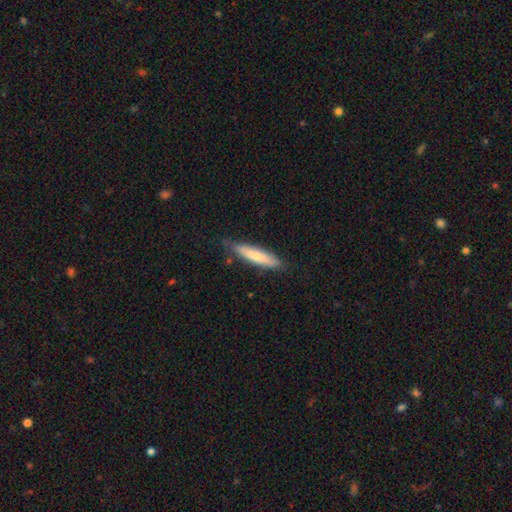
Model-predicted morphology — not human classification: smooth 72%, featured or disk 22%, star or artifact 6%. Down the decision tree: how rounded — cigar-shaped (86%); merging — none (77%).